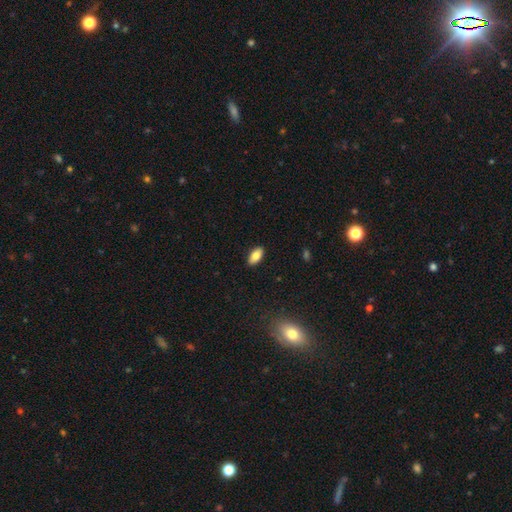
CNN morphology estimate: Smooth or featured: smooth — 81% (featured or disk — 12%)
How rounded: in between — 90% (cigar-shaped — 7%)
Merging: none — 89% (minor disturbance — 8%)